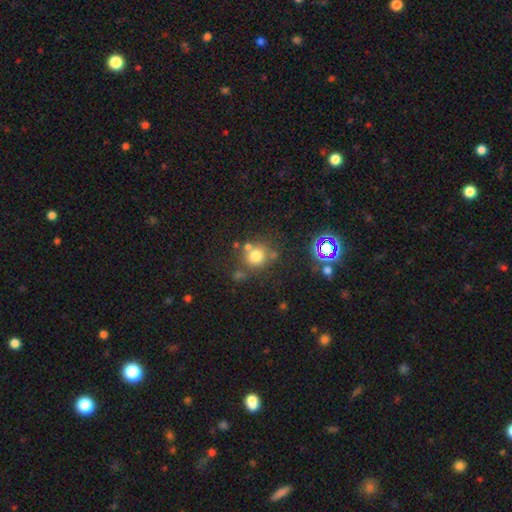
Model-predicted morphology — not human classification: smooth_or_featured: smooth (p=0.73) [alt: star or artifact p=0.17]
how_rounded: round (p=0.86) [alt: in between p=0.13]
merging: none (p=0.66) [alt: merger p=0.16]